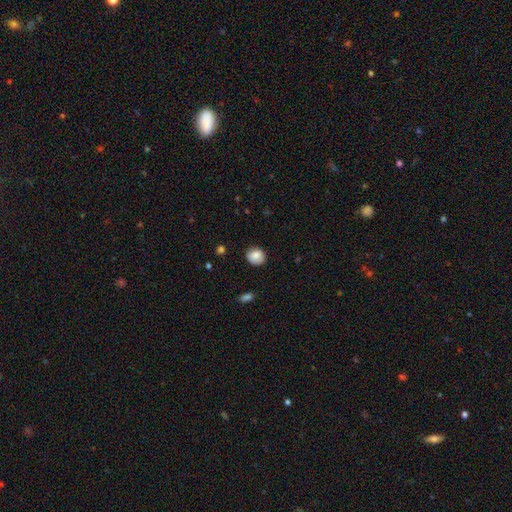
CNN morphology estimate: type=smooth (86%); roundness=round (76%); merging=none (84%).